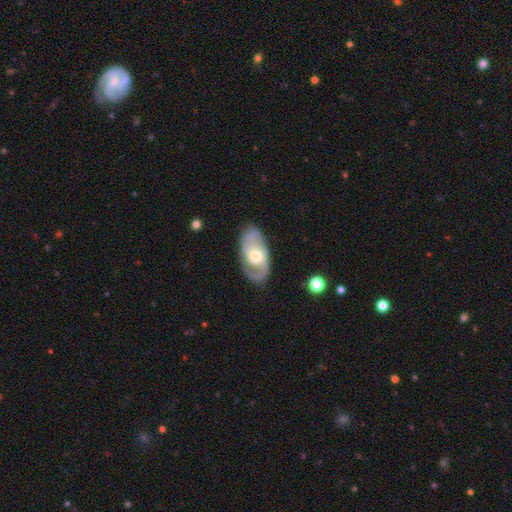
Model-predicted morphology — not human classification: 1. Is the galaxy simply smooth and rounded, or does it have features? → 84% featured or disk, 12% smooth, 5% star or artifact.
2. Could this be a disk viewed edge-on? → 95% no, 5% yes.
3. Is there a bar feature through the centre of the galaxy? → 56% no, 35% weak, 8% strong.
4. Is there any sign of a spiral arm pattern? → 94% yes, 6% no.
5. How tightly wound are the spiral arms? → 50% medium, 33% tight, 17% loose.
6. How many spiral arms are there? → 80% 2, 8% can't tell, 6% 3, 3% 1, 2% 4, 1% more than 4.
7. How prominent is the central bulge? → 62% moderate, 31% small, 5% large, 1% none, 1% dominant.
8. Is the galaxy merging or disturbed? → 80% none, 14% minor disturbance, 5% major disturbance, 1% merger.